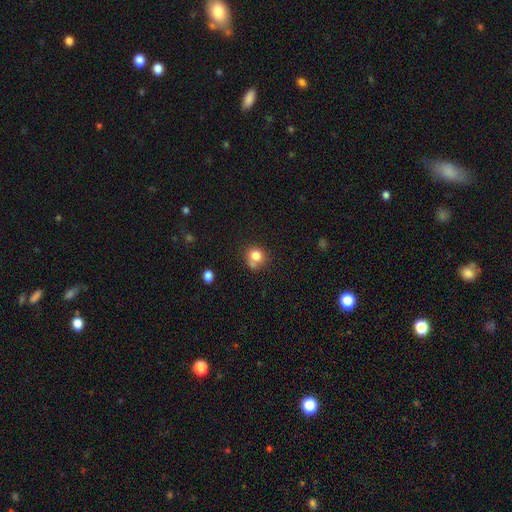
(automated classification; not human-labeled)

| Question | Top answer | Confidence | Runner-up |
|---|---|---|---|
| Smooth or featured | smooth | 79% | star or artifact (11%) |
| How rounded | round | 80% | in between (19%) |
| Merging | none | 56% | minor disturbance (19%) |